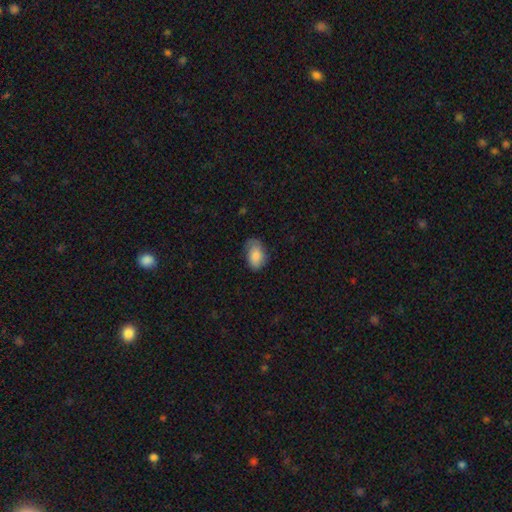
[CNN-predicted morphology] smooth-or-featured: smooth: 84% | featured or disk: 9% | star or artifact: 7%
  how-rounded: in between: 90% | round: 9% | cigar-shaped: 1%
  merging: none: 61% | minor disturbance: 30% | major disturbance: 8% | merger: 1%